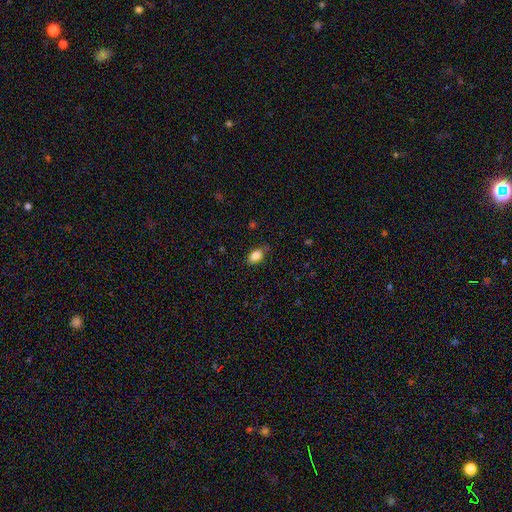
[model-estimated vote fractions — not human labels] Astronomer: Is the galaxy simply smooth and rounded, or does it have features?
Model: smooth — 85%.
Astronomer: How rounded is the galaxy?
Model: in between — 88%.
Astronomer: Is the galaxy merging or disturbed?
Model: none — 80%.